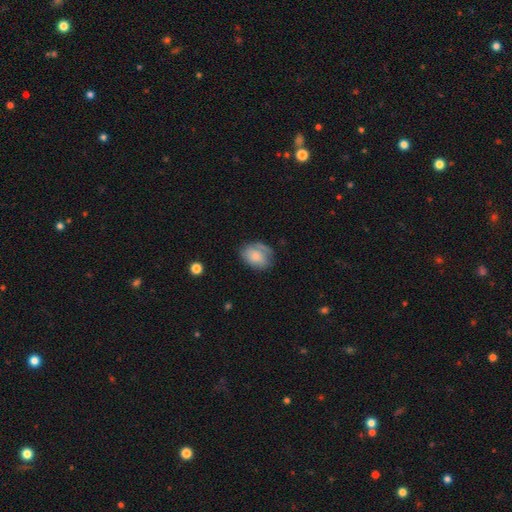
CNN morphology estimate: smooth-or-featured: smooth: 71% | featured or disk: 21% | star or artifact: 8%
  how-rounded: in between: 73% | round: 26% | cigar-shaped: 1%
  merging: none: 58% | minor disturbance: 28% | major disturbance: 11% | merger: 3%